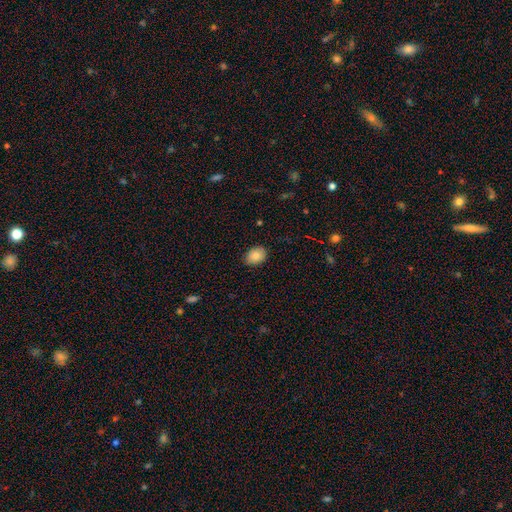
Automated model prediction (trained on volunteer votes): A smooth galaxy with no disk features (85%) that is in between round and cigar-shaped (76%).

Vote fractions:
- Smooth or featured? smooth: 85% / star or artifact: 8% / featured or disk: 7%
- How rounded? in between: 76% / round: 23% / cigar-shaped: 1%
- Merging? none: 84% / minor disturbance: 12% / major disturbance: 2% / merger: 1%